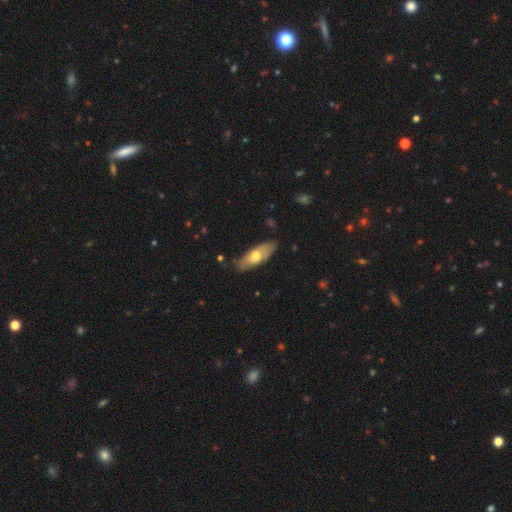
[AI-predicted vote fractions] This is possibly a smooth galaxy (54%). How rounded: likely in between (69%). Merging: likely none (79%).